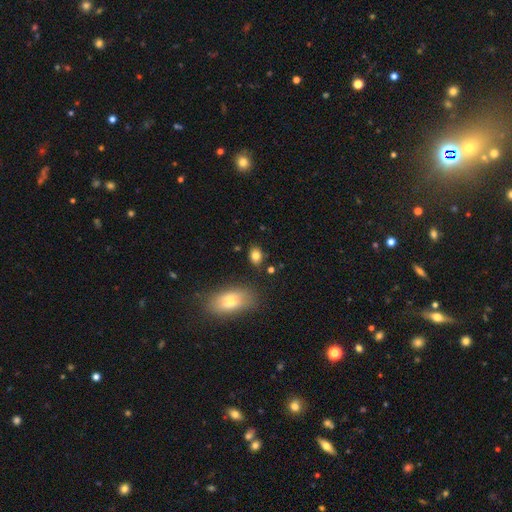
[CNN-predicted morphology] Smooth or featured? Predicted: smooth (p=0.81). How rounded? Predicted: in between (p=0.70). Merging? Predicted: none (p=0.82).